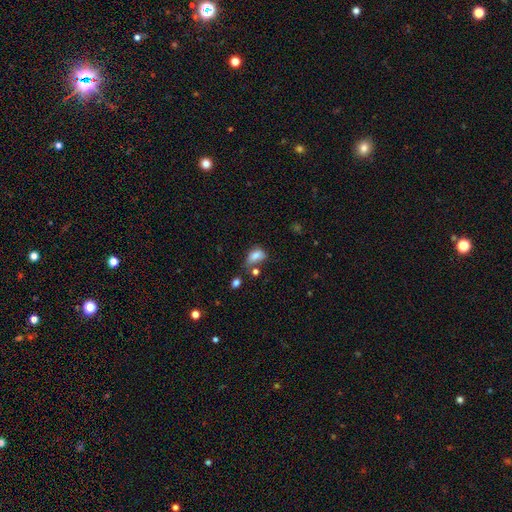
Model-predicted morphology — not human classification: A smooth galaxy with no disk features (77%) that is in between round and cigar-shaped (85%). Merging: none (36%).